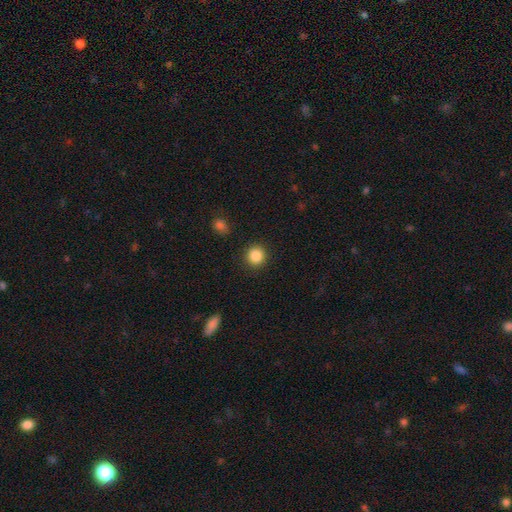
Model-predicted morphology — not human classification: smooth_or_featured: smooth (p=0.87) [alt: star or artifact p=0.09]
how_rounded: round (p=0.92) [alt: in between p=0.07]
merging: none (p=0.91) [alt: minor disturbance p=0.06]